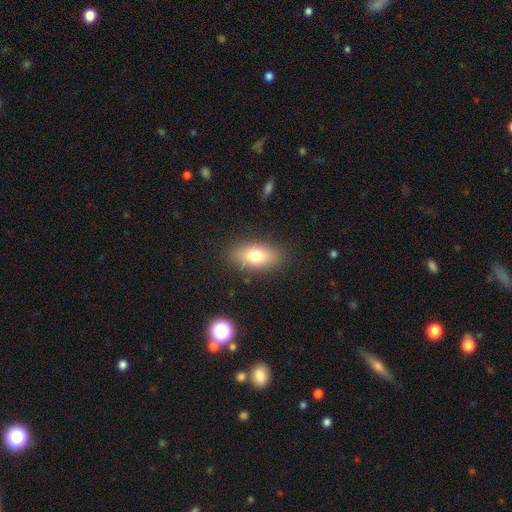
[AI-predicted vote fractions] Smooth or featured? smooth (76%)
How rounded? in between (88%)
Merging? none (86%)